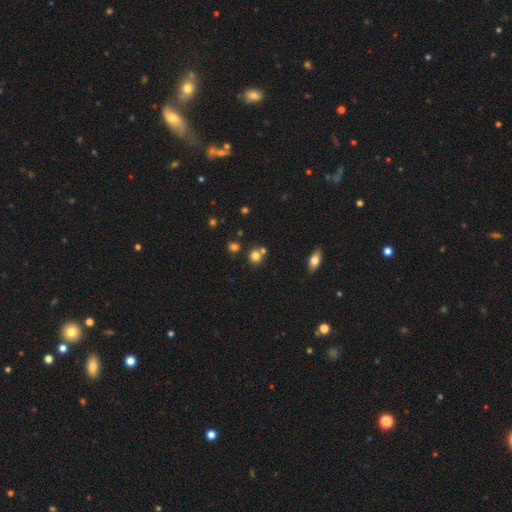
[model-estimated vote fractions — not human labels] Morphology: type=smooth (78%); roundness=round (85%); merging=none (65%).